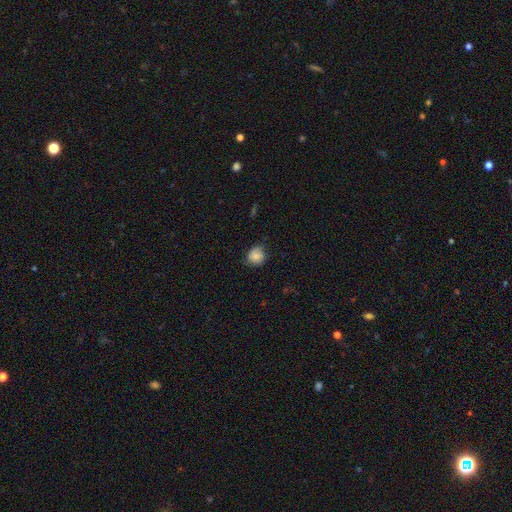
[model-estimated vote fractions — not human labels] Smooth or featured?
  - smooth: 80% *
  - featured or disk: 11%
  - star or artifact: 9%
How rounded?
  - round: 83% *
  - in between: 16%
  - cigar-shaped: 1%
Merging?
  - none: 70% *
  - minor disturbance: 24%
  - major disturbance: 5%
  - merger: 1%